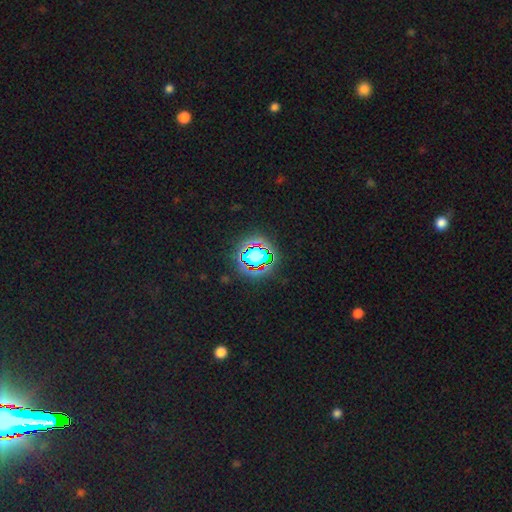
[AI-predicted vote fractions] Q: Smooth or featured?
A: star or artifact (64%); runner-up: smooth (24%)